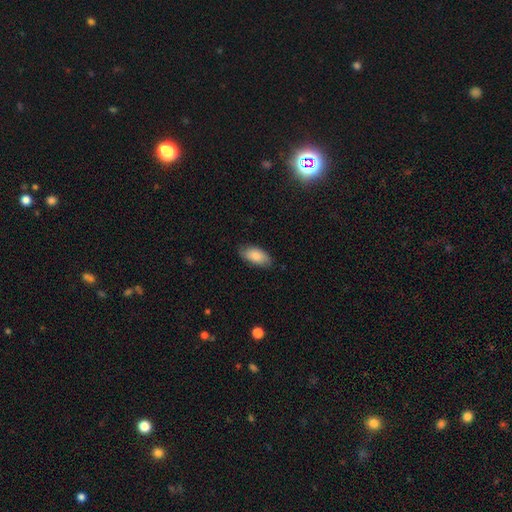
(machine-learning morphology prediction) Smooth or featured? Predicted: smooth (p=0.84). How rounded? Predicted: in between (p=0.92). Merging? Predicted: none (p=0.80).